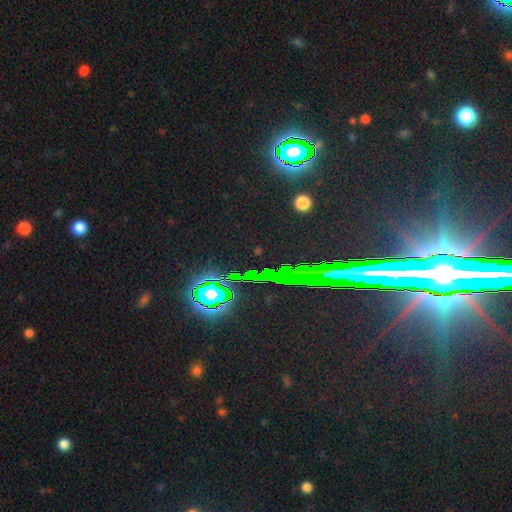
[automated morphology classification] A star or artifact, not a galaxy (80%).